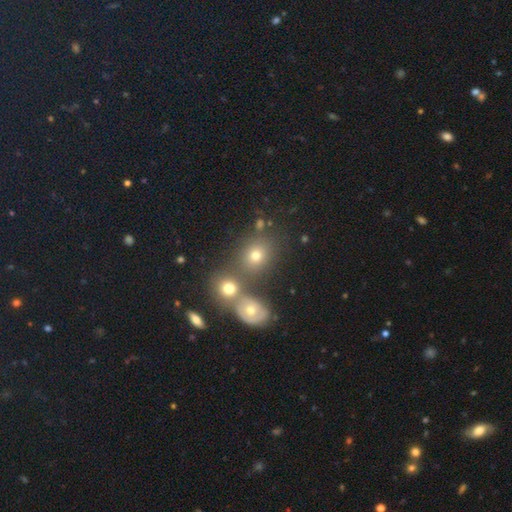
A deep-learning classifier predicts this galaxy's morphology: Overall: smooth (65%). How rounded: round (64%; in between 35%). Merging: none (56%; merger 28%).